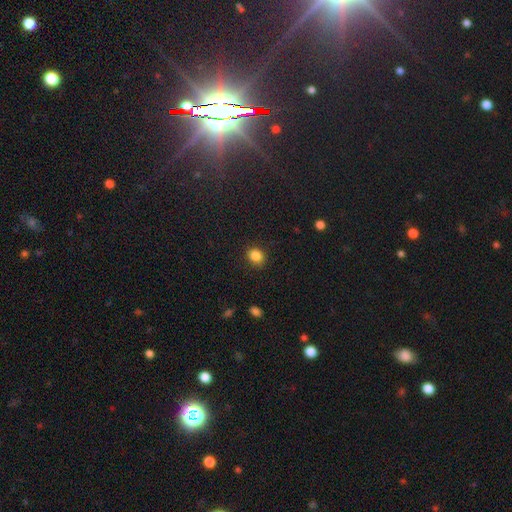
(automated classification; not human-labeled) smooth 85%, star or artifact 10%, featured or disk 5%. Down the decision tree: how rounded — round (58%); merging — none (86%).